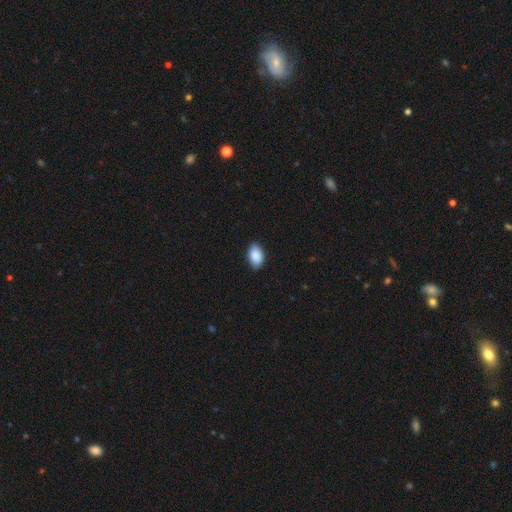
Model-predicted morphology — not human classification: Q: Smooth or featured?
A: smooth (89%); runner-up: star or artifact (6%)
Q: How rounded?
A: in between (91%); runner-up: round (7%)
Q: Merging?
A: none (86%); runner-up: minor disturbance (11%)